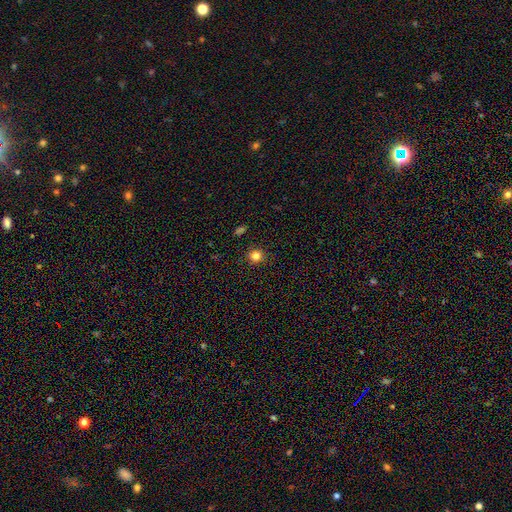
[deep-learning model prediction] The model was most divided on "smooth or featured": smooth: 81%, star or artifact: 13%, featured or disk: 5%. More confident: how rounded — round (91%); merging — none (91%).